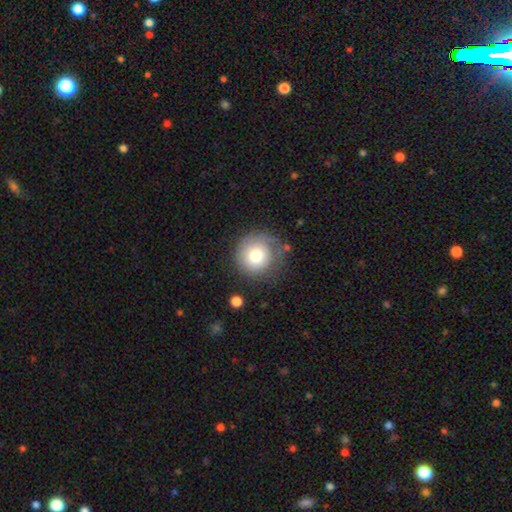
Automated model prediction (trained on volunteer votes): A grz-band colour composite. It shows a smooth galaxy with no disk features (76%) that is round (93%). Merging: none (69%).